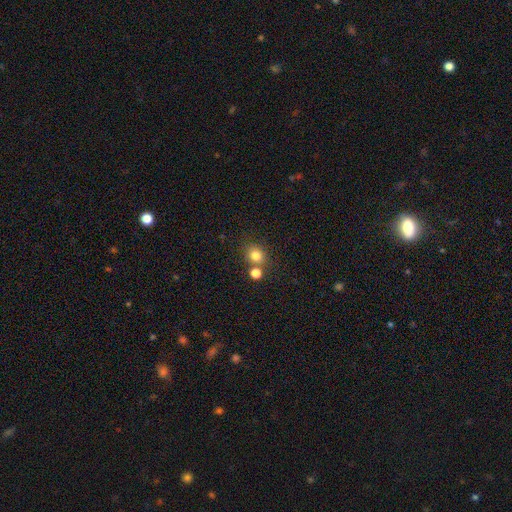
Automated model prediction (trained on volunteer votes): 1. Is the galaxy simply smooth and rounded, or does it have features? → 80% smooth, 13% star or artifact, 6% featured or disk.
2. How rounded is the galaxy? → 76% round, 23% in between, 1% cigar-shaped.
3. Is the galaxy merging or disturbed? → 68% none, 20% merger, 9% minor disturbance, 3% major disturbance.